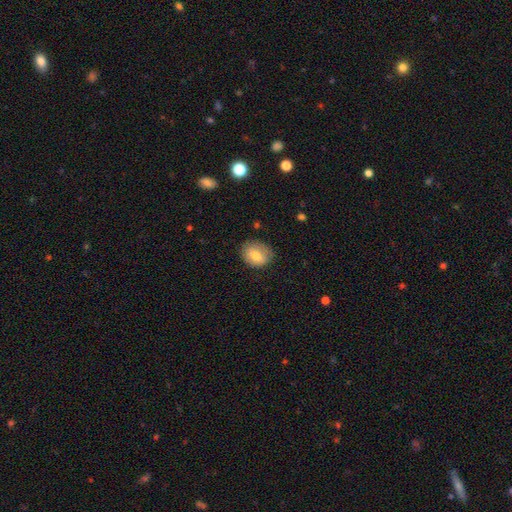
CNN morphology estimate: Overall: smooth (77%). How rounded: in between (52%; round 47%). Merging: none (76%).